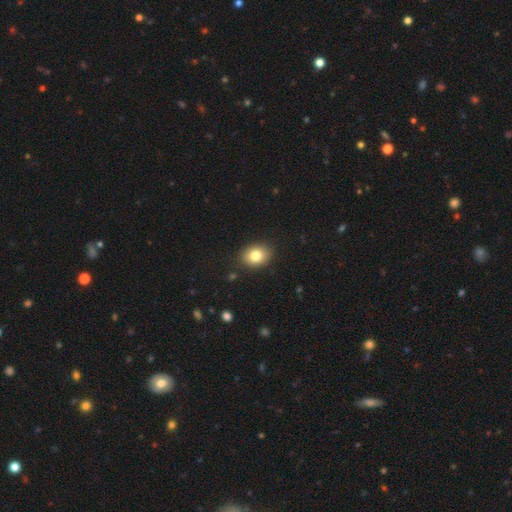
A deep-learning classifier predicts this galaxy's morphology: type=smooth (81%); roundness=in between (61%); merging=none (88%).